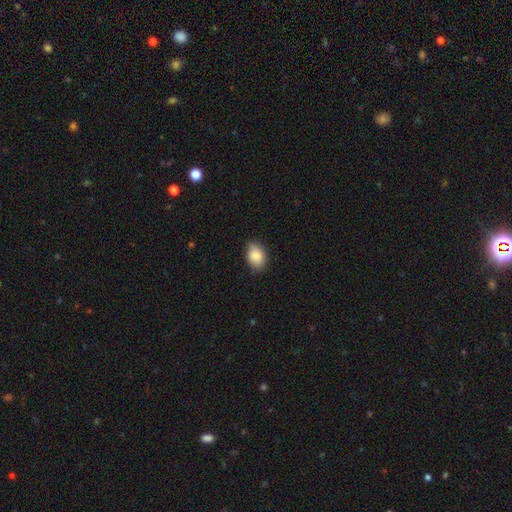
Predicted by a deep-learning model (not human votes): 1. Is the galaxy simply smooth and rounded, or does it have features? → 86% smooth, 7% star or artifact, 7% featured or disk.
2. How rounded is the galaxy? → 78% in between, 21% round, 1% cigar-shaped.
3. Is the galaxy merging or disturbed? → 75% none, 21% minor disturbance, 3% major disturbance, 1% merger.